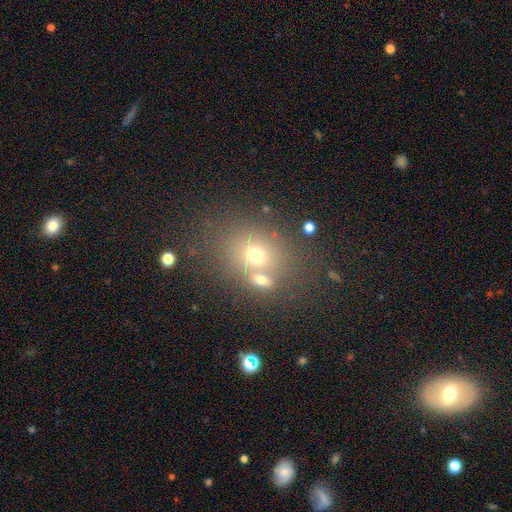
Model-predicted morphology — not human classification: type=smooth (64%); roundness=round (52%); merging=none (56%).